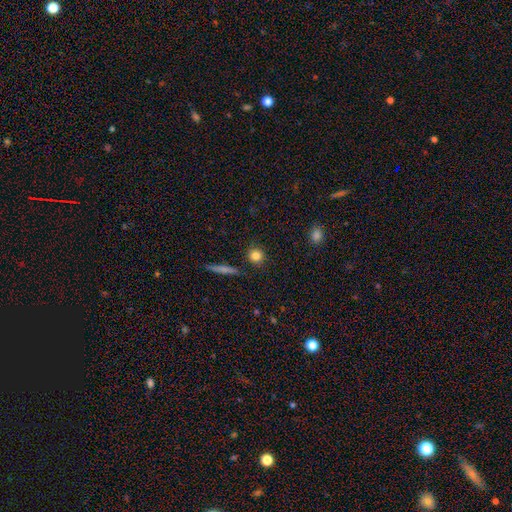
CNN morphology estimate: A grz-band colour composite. It shows a smooth galaxy with no disk features (83%) that is round (90%). Merging: none (89%).